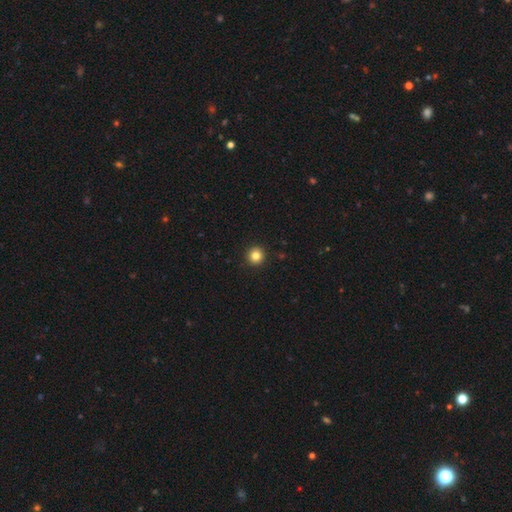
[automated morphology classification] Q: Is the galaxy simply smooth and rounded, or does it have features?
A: smooth — 84%.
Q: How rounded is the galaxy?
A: round — 96%.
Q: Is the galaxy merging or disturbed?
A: none — 94%.